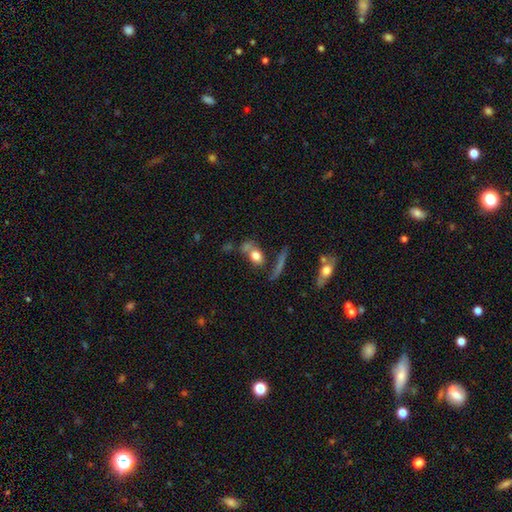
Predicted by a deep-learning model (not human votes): A smooth galaxy with no disk features (73%) that is in between round and cigar-shaped (60%). Merging: none (47%).